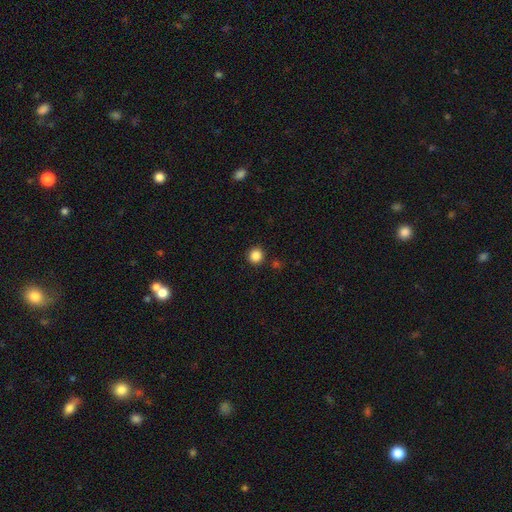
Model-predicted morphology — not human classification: The model was most divided on "smooth or featured": smooth: 86%, star or artifact: 11%, featured or disk: 3%. More confident: how rounded — round (92%); merging — none (89%).